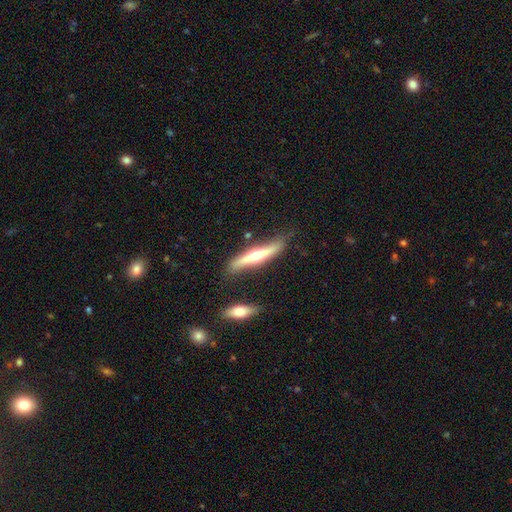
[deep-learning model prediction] A featured or disk galaxy (63%) viewed edge-on (93%) with a rounded central bulge (91%).

Vote fractions:
- Smooth or featured? featured or disk: 63% / smooth: 32% / star or artifact: 5%
- Edge-on disk? yes: 93% / no: 7%
- Edge-on bulge? rounded: 91% / none: 5% / boxy: 4%
- Merging? none: 74% / minor disturbance: 16% / merger: 5% / major disturbance: 4%